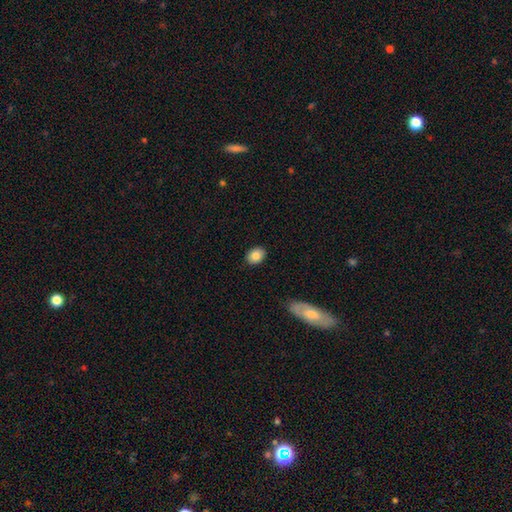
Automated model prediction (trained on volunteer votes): Smooth or featured?
  - smooth: 84% *
  - featured or disk: 8%
  - star or artifact: 8%
How rounded?
  - in between: 63% *
  - round: 36%
  - cigar-shaped: 1%
Merging?
  - none: 89% *
  - minor disturbance: 8%
  - major disturbance: 2%
  - merger: 1%